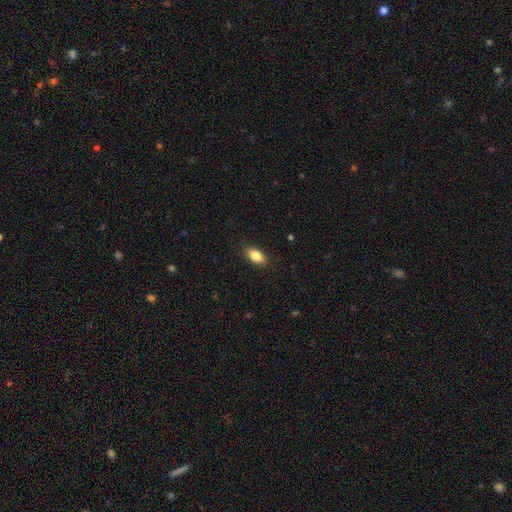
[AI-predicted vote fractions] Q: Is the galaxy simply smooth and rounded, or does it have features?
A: smooth — 85%.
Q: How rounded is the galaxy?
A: in between — 90%.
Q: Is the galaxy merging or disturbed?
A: none — 88%.